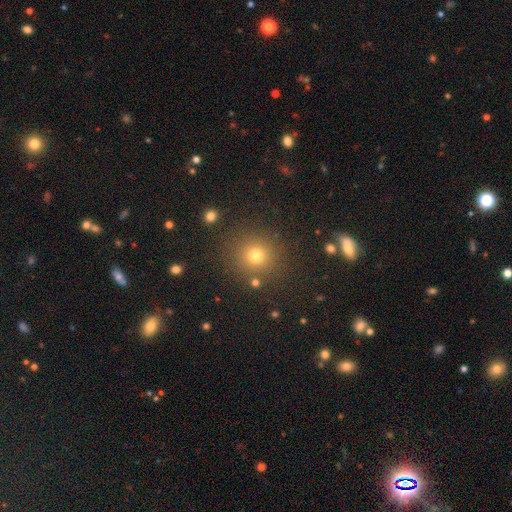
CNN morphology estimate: A smooth galaxy with no disk features (73%) that is round (92%).

Vote fractions:
- Smooth or featured? smooth: 73% / star or artifact: 19% / featured or disk: 8%
- How rounded? round: 92% / in between: 7% / cigar-shaped: 1%
- Merging? none: 85% / minor disturbance: 8% / major disturbance: 3% / merger: 3%